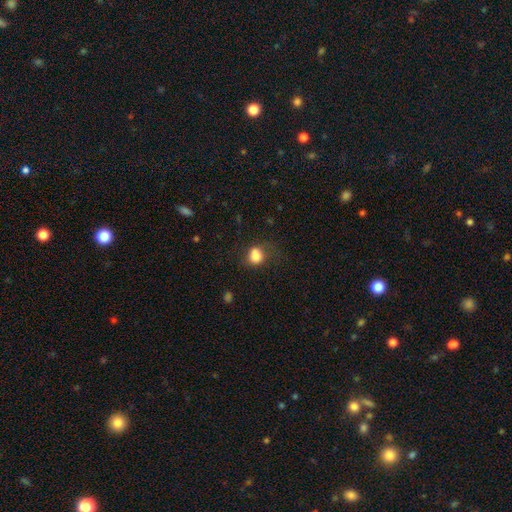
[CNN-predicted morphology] This is likely a smooth galaxy (79%). How rounded: likely round (64%). Merging: possibly none (45%).